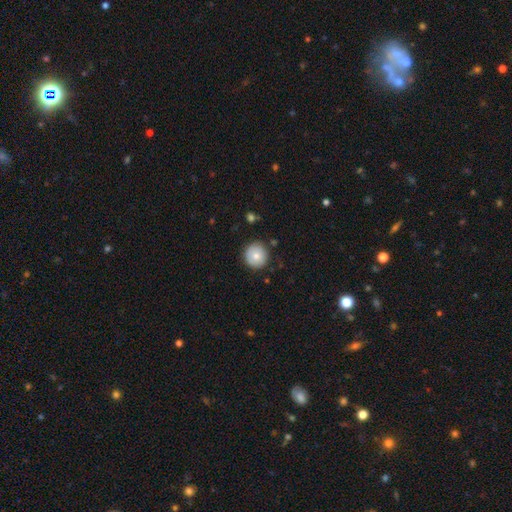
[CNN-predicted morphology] Smooth or featured?
  - smooth: 78% *
  - featured or disk: 14%
  - star or artifact: 8%
How rounded?
  - round: 95% *
  - in between: 4%
  - cigar-shaped: 1%
Merging?
  - none: 87% *
  - minor disturbance: 9%
  - major disturbance: 2%
  - merger: 2%